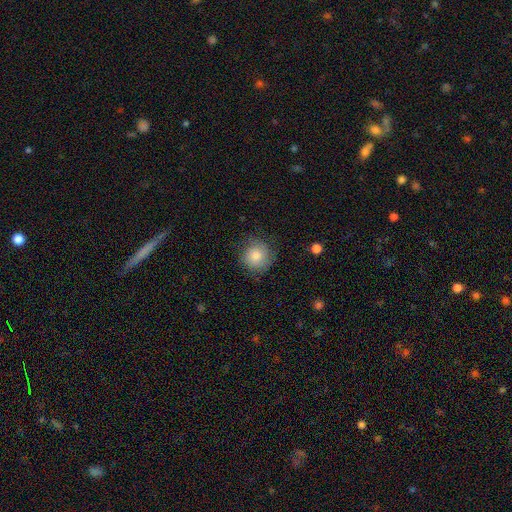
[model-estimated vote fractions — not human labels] This is likely a smooth galaxy (71%). How rounded: clearly round (91%). Merging: likely none (74%).